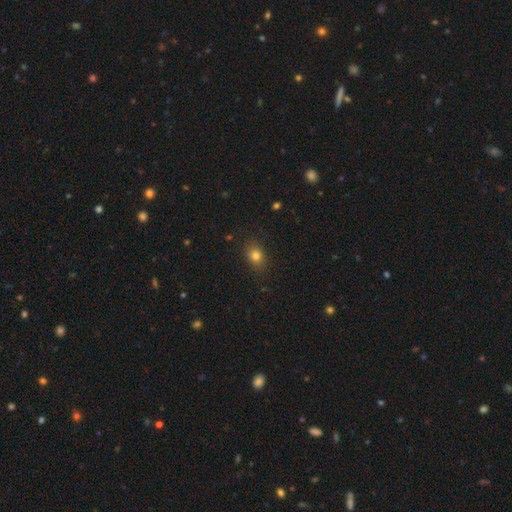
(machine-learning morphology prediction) This appears to be a smooth galaxy with no disk features (79%) that is in between round and cigar-shaped (54%). Merging: none (84%).